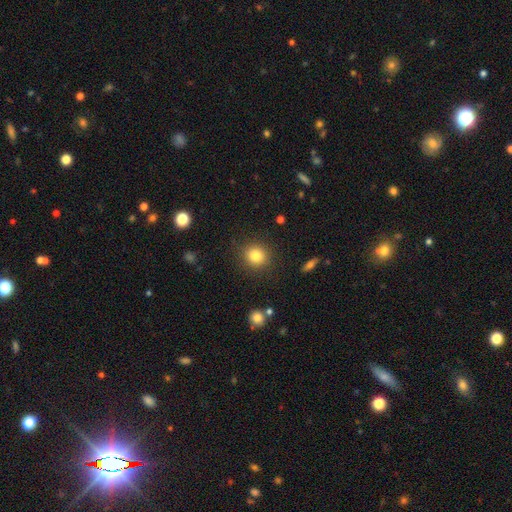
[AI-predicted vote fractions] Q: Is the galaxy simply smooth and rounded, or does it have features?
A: smooth — 83%.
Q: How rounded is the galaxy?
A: round — 86%.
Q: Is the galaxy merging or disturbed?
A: none — 89%.